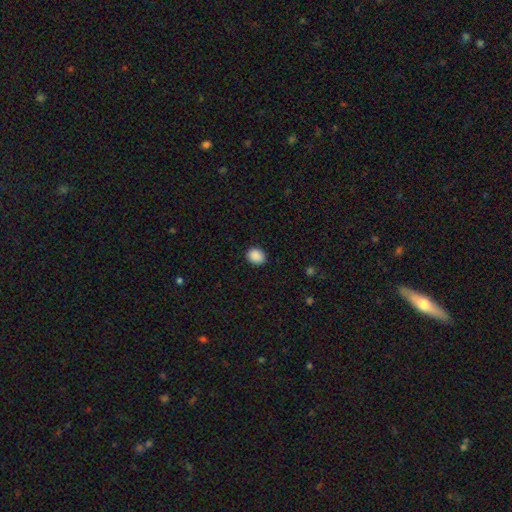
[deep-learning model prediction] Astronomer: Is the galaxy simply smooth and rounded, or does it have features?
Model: smooth — 89%.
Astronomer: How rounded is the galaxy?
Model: round — 53% (runner-up: in between, 46%).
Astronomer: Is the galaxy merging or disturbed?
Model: none — 89%.